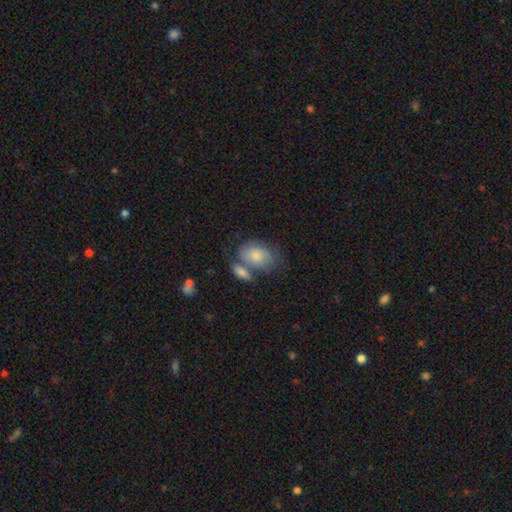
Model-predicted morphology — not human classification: smooth_or_featured: smooth (p=0.72) [alt: featured or disk p=0.19]
how_rounded: in between (p=0.80) [alt: round p=0.18]
merging: none (p=0.42) [alt: merger p=0.32]